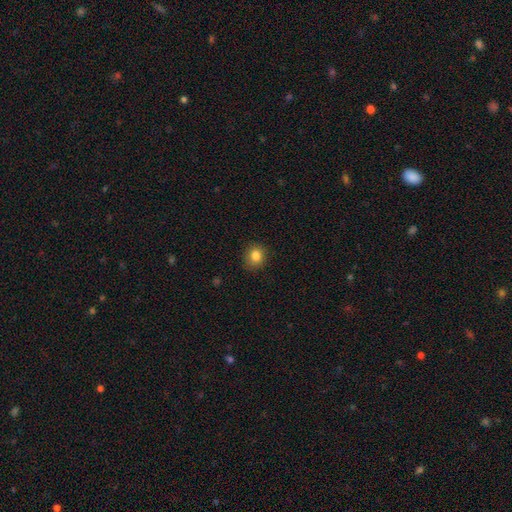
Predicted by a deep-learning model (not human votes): smooth-or-featured: smooth: 83% | star or artifact: 11% | featured or disk: 6%
  how-rounded: round: 75% | in between: 25% | cigar-shaped: 1%
  merging: none: 88% | minor disturbance: 9% | major disturbance: 2% | merger: 1%